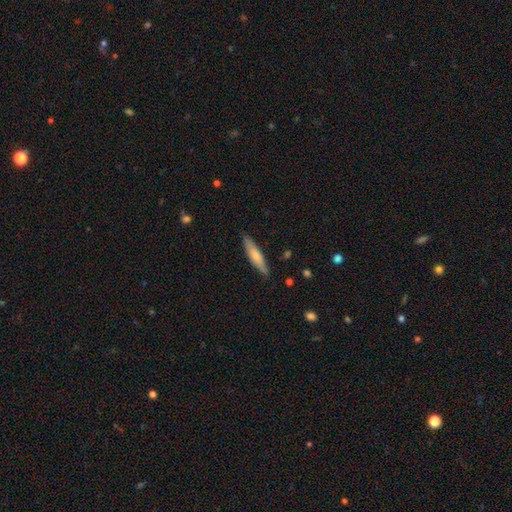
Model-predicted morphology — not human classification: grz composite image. It shows a smooth galaxy with no disk features (68%) that is cigar-shaped (82%). Merging: none (87%).